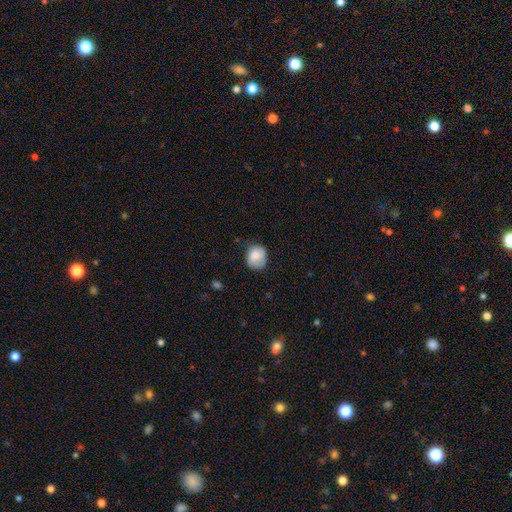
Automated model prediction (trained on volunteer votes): Morphology: type=smooth (82%); roundness=round (74%); merging=none (65%).